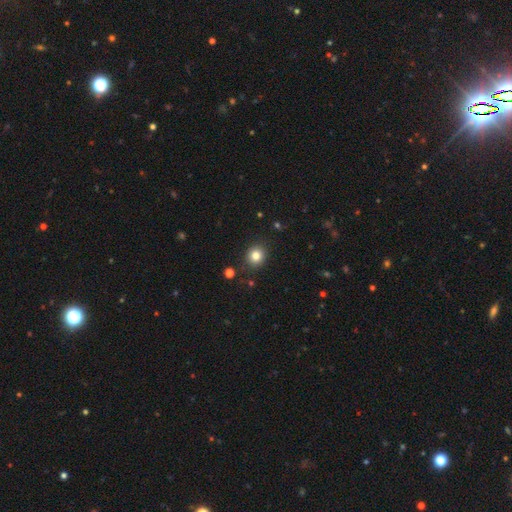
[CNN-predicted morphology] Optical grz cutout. It shows a smooth galaxy with no disk features (82%) that is round (81%). Merging: none (89%).